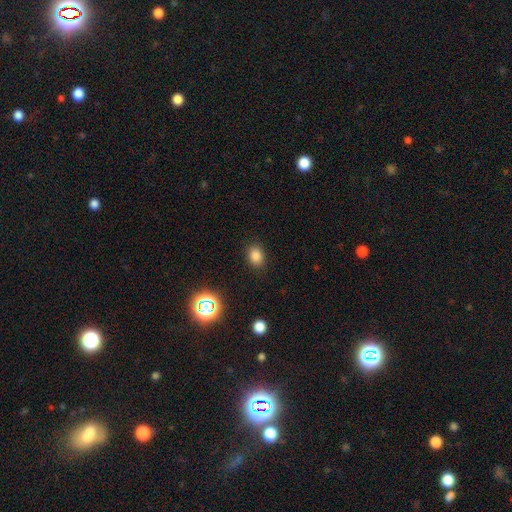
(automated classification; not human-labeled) smooth 80%, star or artifact 15%, featured or disk 5%. Down the decision tree: how rounded — in between (60%); merging — none (87%).